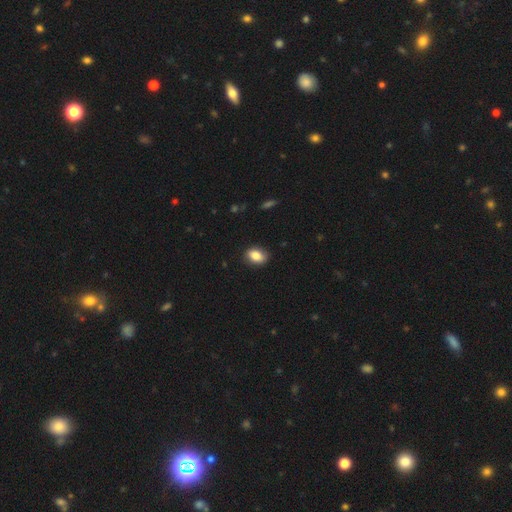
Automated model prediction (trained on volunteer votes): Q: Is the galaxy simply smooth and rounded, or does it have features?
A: smooth — 83%.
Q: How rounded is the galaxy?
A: in between — 78%.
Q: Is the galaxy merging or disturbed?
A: none — 84%.